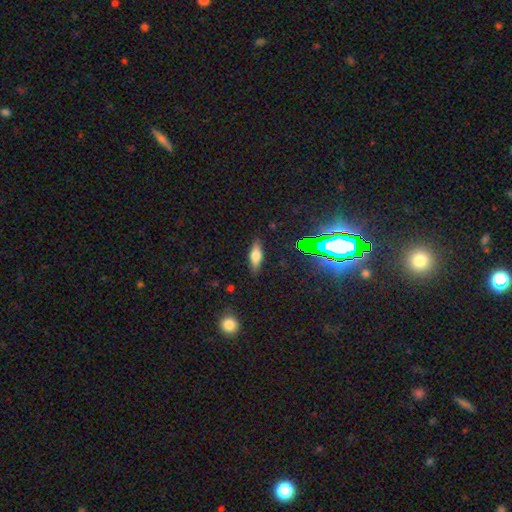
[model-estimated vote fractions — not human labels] Smooth or featured?
  - smooth: 59% *
  - featured or disk: 30%
  - star or artifact: 12%
How rounded?
  - in between: 58% *
  - cigar-shaped: 39%
  - round: 3%
Merging?
  - none: 85% *
  - minor disturbance: 11%
  - major disturbance: 3%
  - merger: 1%